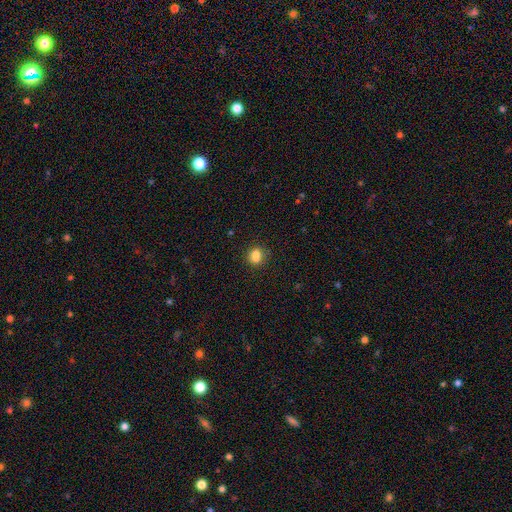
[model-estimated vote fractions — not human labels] smooth_or_featured: smooth (p=0.80) [alt: star or artifact p=0.11]
how_rounded: round (p=0.56) [alt: in between p=0.42]
merging: none (p=0.66) [alt: merger p=0.16]